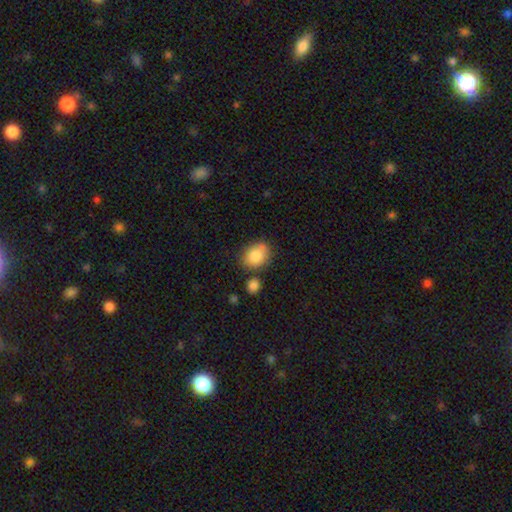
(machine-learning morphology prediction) Smooth or featured?
  - smooth: 84% *
  - featured or disk: 8%
  - star or artifact: 8%
How rounded?
  - in between: 63% *
  - round: 36%
  - cigar-shaped: 1%
Merging?
  - none: 63% *
  - minor disturbance: 19%
  - merger: 13%
  - major disturbance: 5%